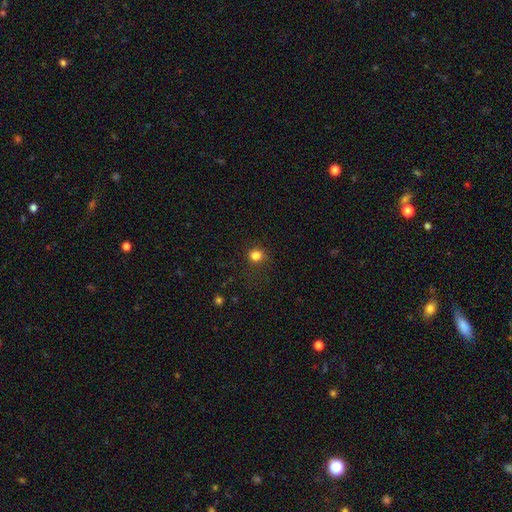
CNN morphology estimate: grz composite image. It shows a smooth galaxy with no disk features (82%) that is round (75%). Merging: none (76%).